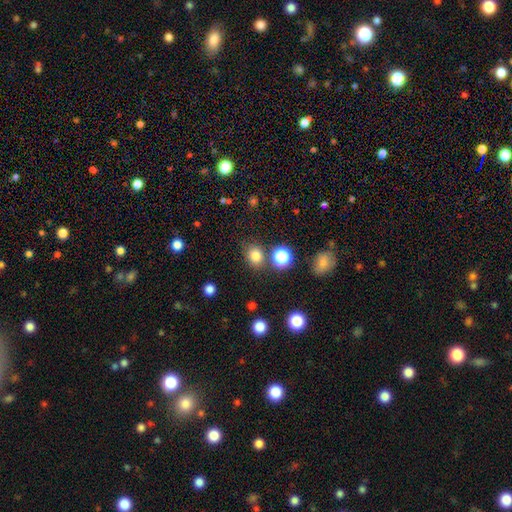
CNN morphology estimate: A smooth galaxy with no disk features (78%) that is round (67%). Merging: none (76%).